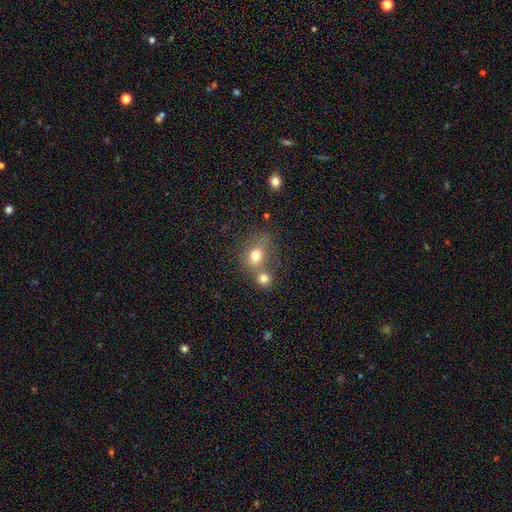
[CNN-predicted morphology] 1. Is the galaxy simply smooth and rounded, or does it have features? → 74% smooth, 13% star or artifact, 12% featured or disk.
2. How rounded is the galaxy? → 63% round, 36% in between, 1% cigar-shaped.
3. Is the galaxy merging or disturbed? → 42% merger, 41% none, 11% minor disturbance, 6% major disturbance.